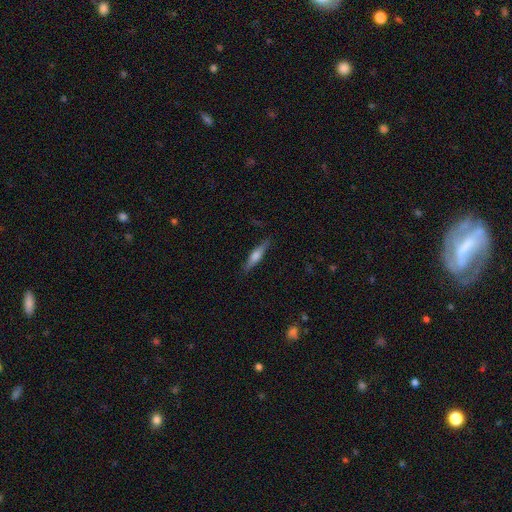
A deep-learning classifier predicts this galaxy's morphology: This appears to be a featured or disk galaxy (47%, tied with smooth). Merging: none (87%).